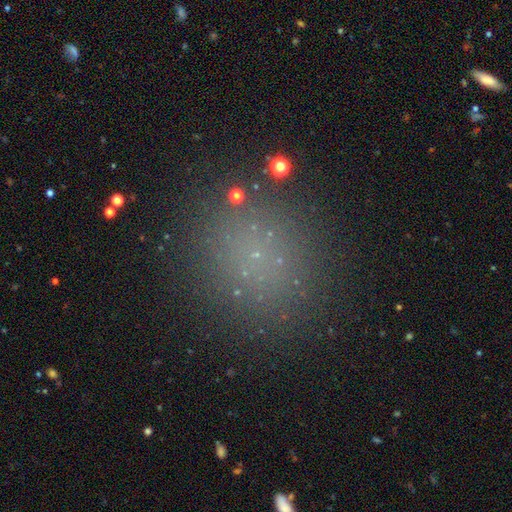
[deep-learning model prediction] This is likely a smooth galaxy (60%). How rounded: clearly round (86%). Merging: clearly none (86%).